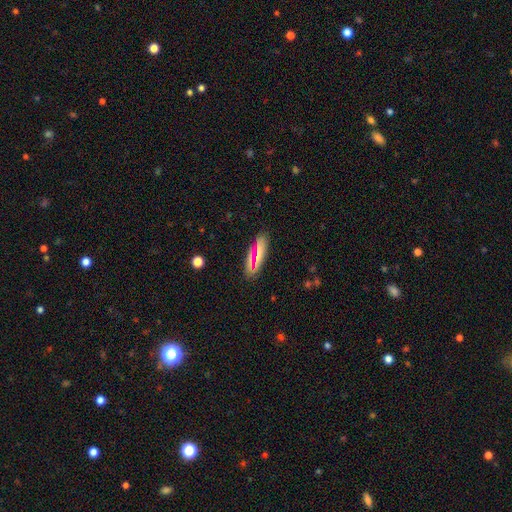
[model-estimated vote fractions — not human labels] A smooth galaxy with no disk features (63%) that is in between round and cigar-shaped (58%).

Vote fractions:
- Smooth or featured? smooth: 63% / featured or disk: 24% / star or artifact: 13%
- How rounded? in between: 58% / cigar-shaped: 36% / round: 6%
- Merging? none: 80% / minor disturbance: 13% / major disturbance: 4% / merger: 3%